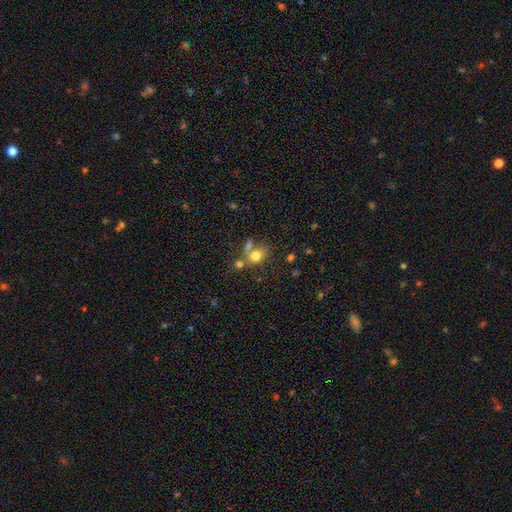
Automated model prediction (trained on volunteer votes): Q: Smooth or featured?
A: smooth (74%); runner-up: featured or disk (13%)
Q: How rounded?
A: in between (56%); runner-up: round (43%)
Q: Merging?
A: none (42%); runner-up: merger (35%)